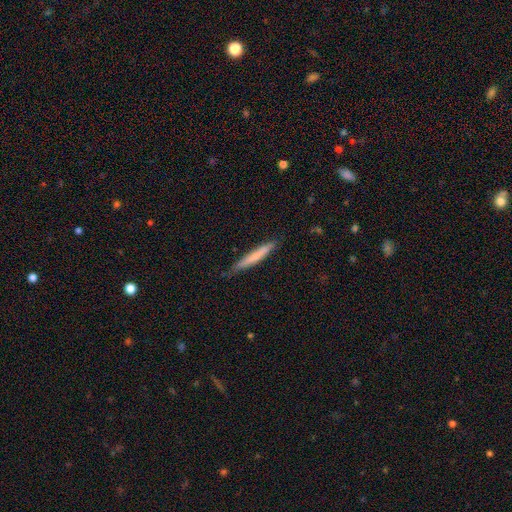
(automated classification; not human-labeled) Morphology: type=smooth (67%); roundness=cigar-shaped (96%); merging=none (78%).